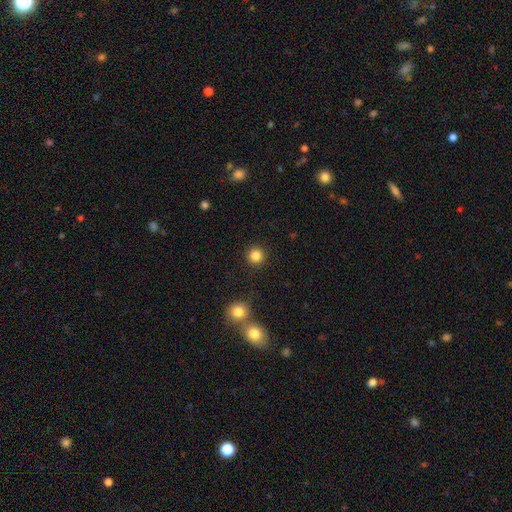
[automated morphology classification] A smooth galaxy with no disk features (85%) that is round (95%). Merging: none (91%).